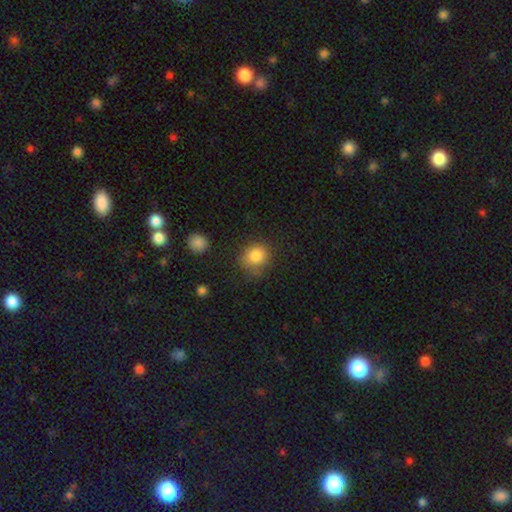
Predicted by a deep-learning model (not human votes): A smooth galaxy with no disk features (84%) that is round (71%).

Vote fractions:
- Smooth or featured? smooth: 84% / star or artifact: 10% / featured or disk: 7%
- How rounded? round: 71% / in between: 28% / cigar-shaped: 1%
- Merging? none: 68% / minor disturbance: 22% / major disturbance: 7% / merger: 3%